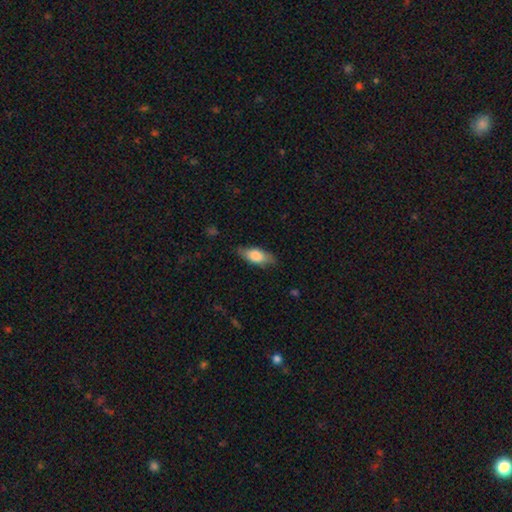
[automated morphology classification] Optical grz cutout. It shows a smooth galaxy with no disk features (78%) that is in between round and cigar-shaped (83%). Merging: none (78%).